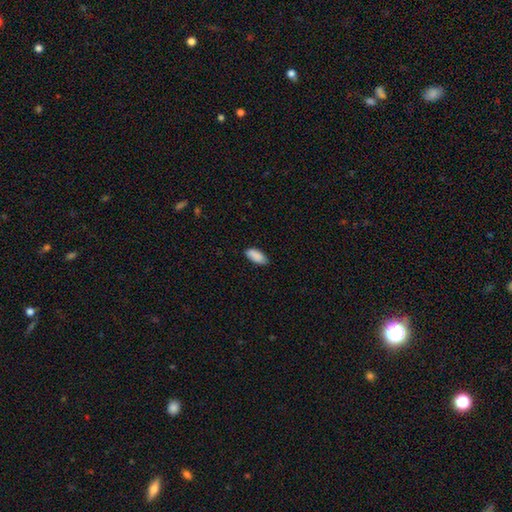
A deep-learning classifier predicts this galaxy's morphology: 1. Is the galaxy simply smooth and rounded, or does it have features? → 90% smooth, 6% star or artifact, 4% featured or disk.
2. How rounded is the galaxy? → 88% in between, 10% cigar-shaped, 2% round.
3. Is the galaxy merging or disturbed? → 83% none, 14% minor disturbance, 2% major disturbance, 1% merger.